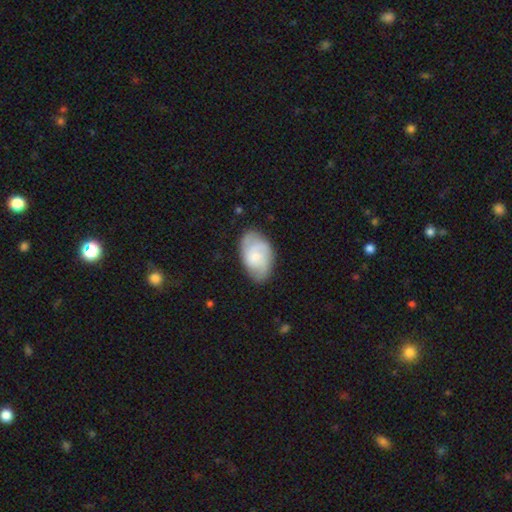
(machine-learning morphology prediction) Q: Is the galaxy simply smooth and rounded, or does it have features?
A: featured or disk — 55%.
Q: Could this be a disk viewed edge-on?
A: no — 96%.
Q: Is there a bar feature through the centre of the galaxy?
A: no — 66%.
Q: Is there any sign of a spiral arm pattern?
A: yes — 88%.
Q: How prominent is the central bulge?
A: small — 43%.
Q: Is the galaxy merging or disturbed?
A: none — 73%.